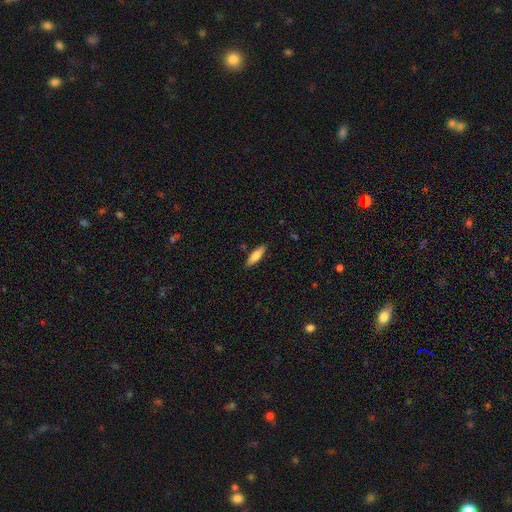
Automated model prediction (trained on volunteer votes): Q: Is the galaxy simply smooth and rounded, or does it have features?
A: smooth — 71%.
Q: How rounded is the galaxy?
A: cigar-shaped — 58%.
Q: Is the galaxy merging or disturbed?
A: none — 87%.